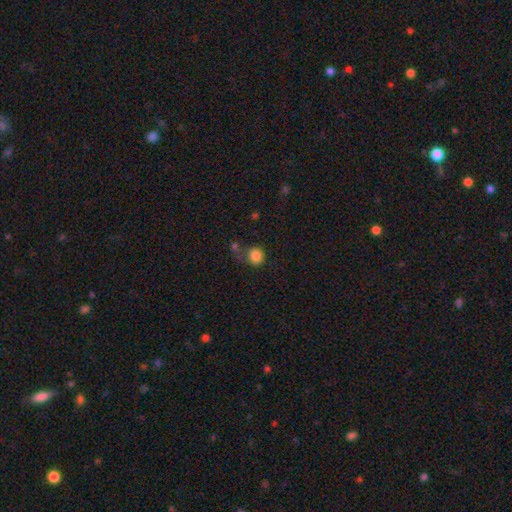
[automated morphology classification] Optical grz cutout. It shows a smooth galaxy with no disk features (84%) that is round (88%). Merging: none (63%).